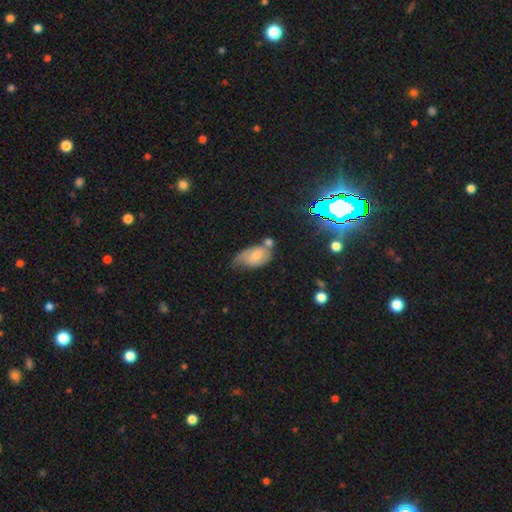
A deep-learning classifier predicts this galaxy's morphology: This is likely a smooth galaxy (62%). How rounded: clearly in between (91%). Merging: marginally minor disturbance (34%).